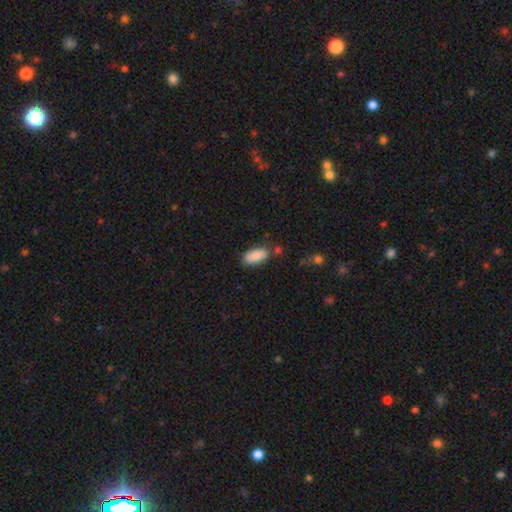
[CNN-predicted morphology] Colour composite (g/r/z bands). It shows a smooth galaxy with no disk features (85%) that is in between round and cigar-shaped (89%). Merging: none (72%).